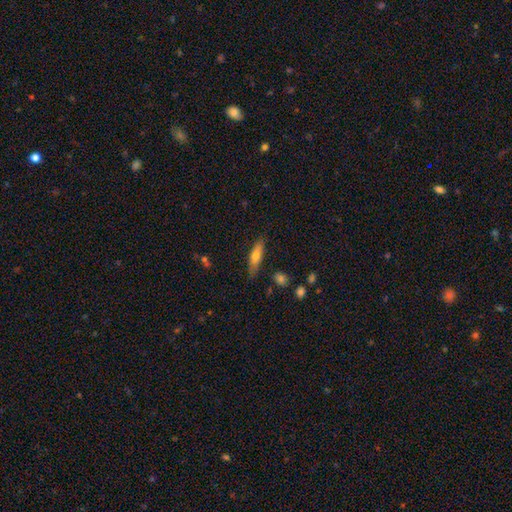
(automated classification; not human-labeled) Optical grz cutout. It shows a smooth galaxy with no disk features (62%) that is cigar-shaped (60%). Merging: none (77%).